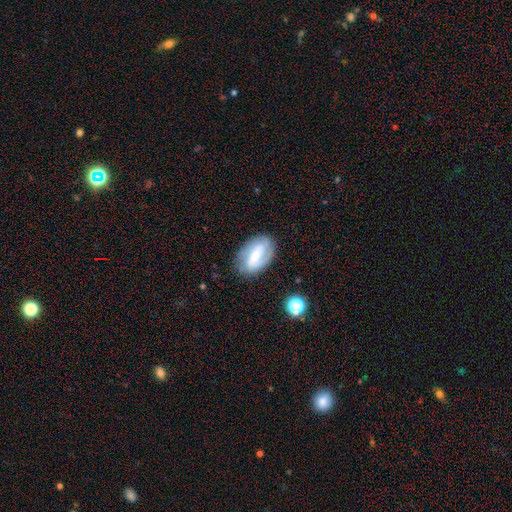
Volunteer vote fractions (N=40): Smooth or featured: featured or disk — 57% (smooth — 30%)
Edge-on disk: no — 91% (yes — 9%)
Bar: weak — 62% (strong — 29%)
Spiral arms: yes — 81% (no — 19%)
Spiral winding: tight — 35% (tied with medium — 35%)
Spiral arm count: 2 — 65% (1 — 24%)
Bulge size: small — 57% (moderate — 38%)
Merging: none — 71% (minor disturbance — 20%)